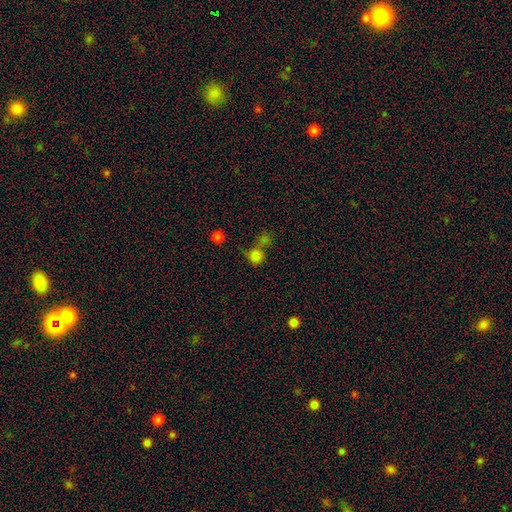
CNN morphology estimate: smooth_or_featured: smooth (p=0.75) [alt: star or artifact p=0.17]
how_rounded: round (p=0.83) [alt: in between p=0.15]
merging: none (p=0.44) [alt: merger p=0.36]